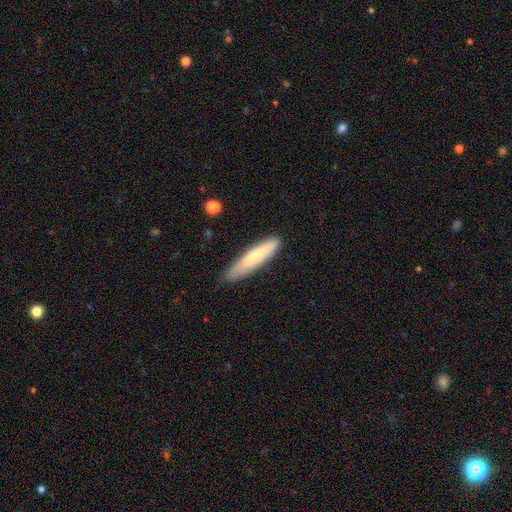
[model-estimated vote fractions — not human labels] smooth 65%, featured or disk 29%, star or artifact 6%. Down the decision tree: how rounded — cigar-shaped (82%); merging — none (77%).